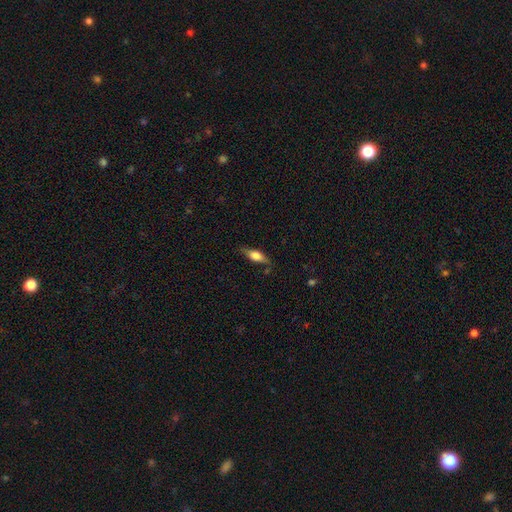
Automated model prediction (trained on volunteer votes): Smooth or featured: smooth — 60% (featured or disk — 33%)
How rounded: in between — 65% (cigar-shaped — 32%)
Merging: none — 72% (minor disturbance — 21%)